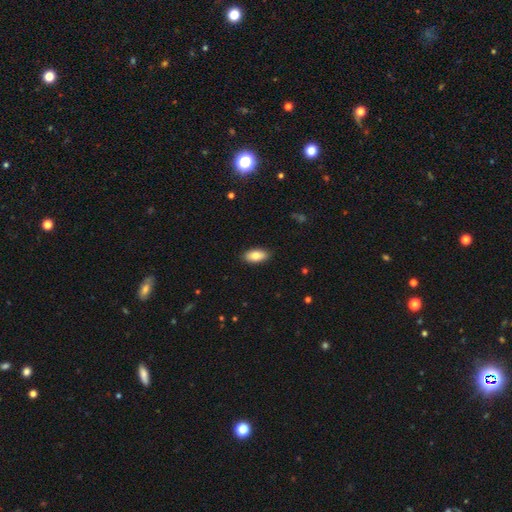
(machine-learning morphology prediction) The model was most divided on "smooth or featured": smooth: 81%, featured or disk: 12%, star or artifact: 7%. More confident: how rounded — in between (91%); merging — none (88%).